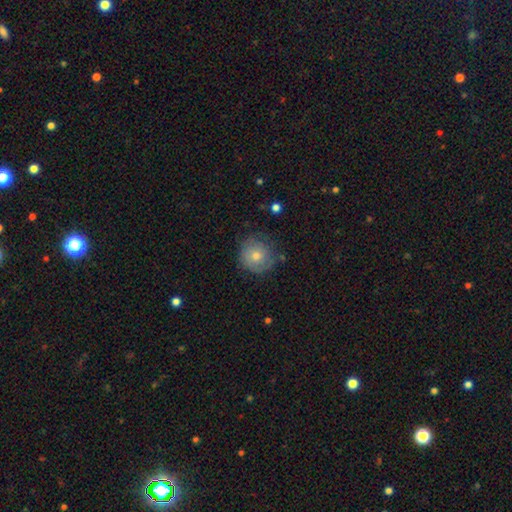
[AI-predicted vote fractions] This is likely a smooth galaxy (63%). How rounded: clearly round (92%). Merging: likely none (75%).